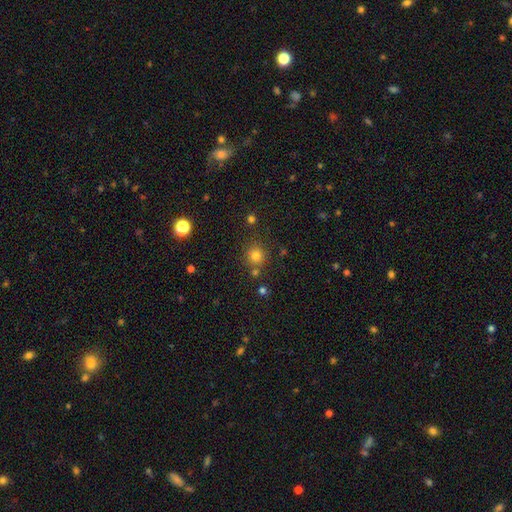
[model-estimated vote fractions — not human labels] Overall: smooth (76%). How rounded: round (90%). Merging: none (76%).